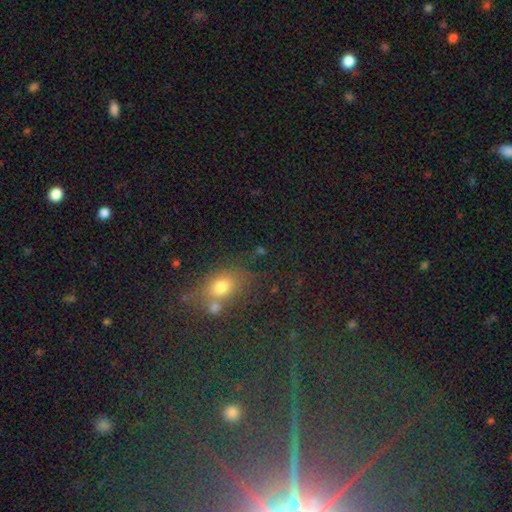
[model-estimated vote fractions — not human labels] A smooth galaxy with no disk features (55%) that is in between round and cigar-shaped (61%). Merging: none (67%).